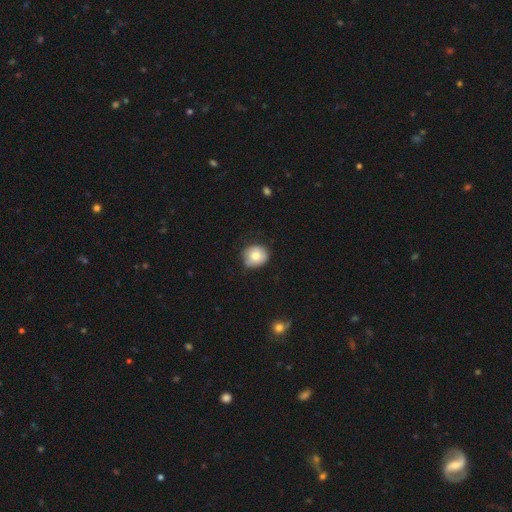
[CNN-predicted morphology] Smooth or featured? smooth (78%)
How rounded? round (81%)
Merging? none (70%)